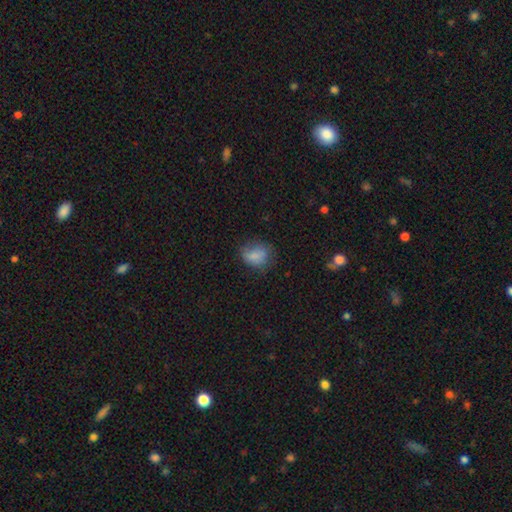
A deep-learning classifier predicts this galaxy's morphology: smooth 78%, featured or disk 12%, star or artifact 10%. Down the decision tree: how rounded — in between (56%); merging — none (60%).